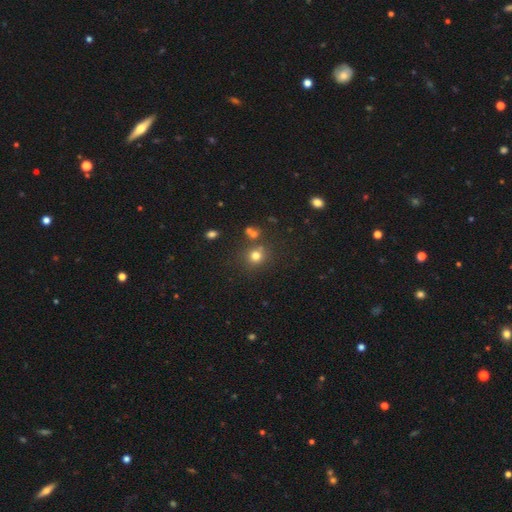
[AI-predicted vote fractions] Q: Smooth or featured?
A: smooth (74%); runner-up: star or artifact (18%)
Q: How rounded?
A: round (85%); runner-up: in between (14%)
Q: Merging?
A: none (73%); runner-up: merger (12%)